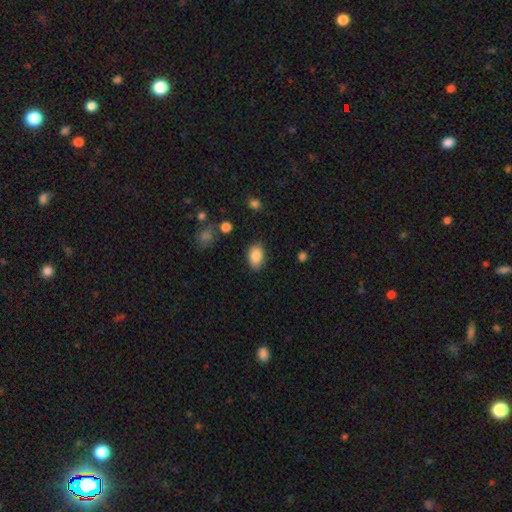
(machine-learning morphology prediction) Q: Smooth or featured?
A: smooth (87%); runner-up: star or artifact (7%)
Q: How rounded?
A: in between (89%); runner-up: round (9%)
Q: Merging?
A: none (83%); runner-up: minor disturbance (12%)